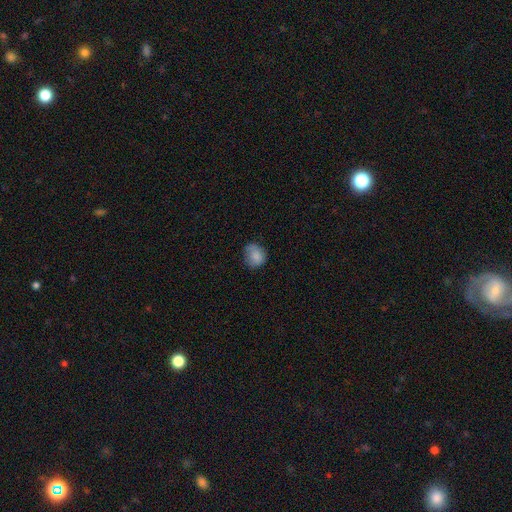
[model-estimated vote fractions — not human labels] smooth-or-featured: smooth: 84% | star or artifact: 8% | featured or disk: 8%
  how-rounded: round: 67% | in between: 32% | cigar-shaped: 1%
  merging: none: 61% | minor disturbance: 29% | major disturbance: 9% | merger: 1%